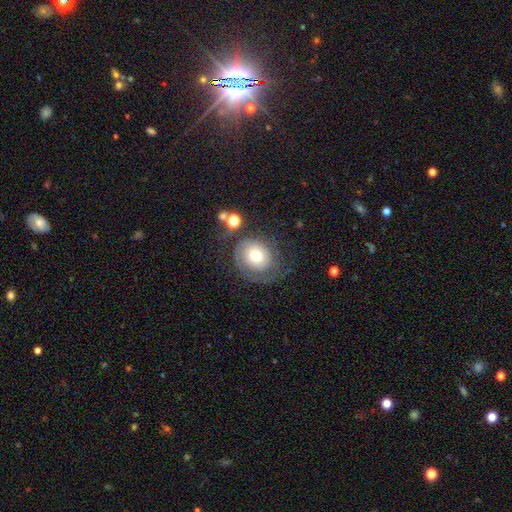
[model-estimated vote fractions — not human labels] smooth-or-featured: featured or disk: 46% | smooth: 45% | star or artifact: 9%
  merging: none: 54% | minor disturbance: 21% | major disturbance: 21% | merger: 5%